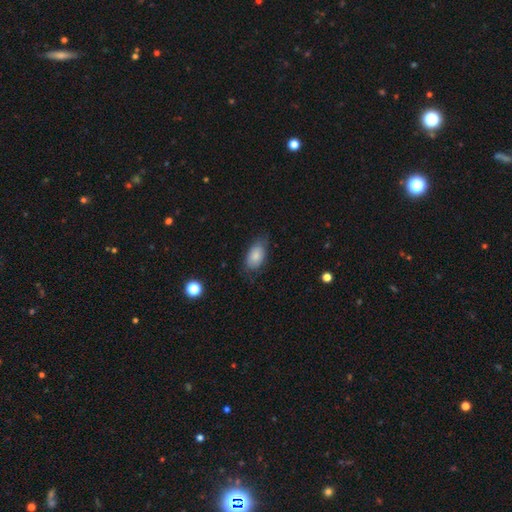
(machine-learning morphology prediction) A smooth galaxy with no disk features (83%) that is in between round and cigar-shaped (92%). Merging: none (71%).